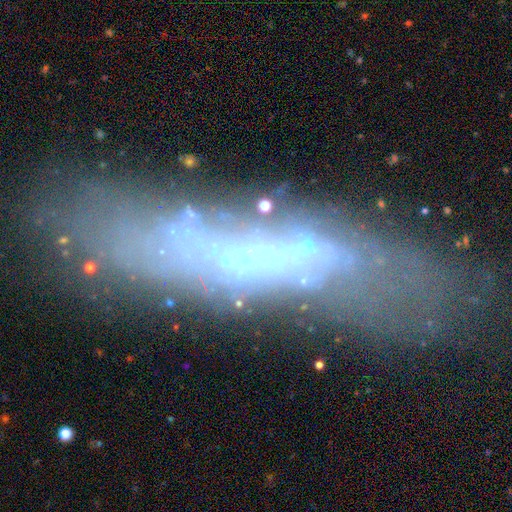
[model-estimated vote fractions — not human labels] A featured or disk galaxy (63%). Merging: none (67%).